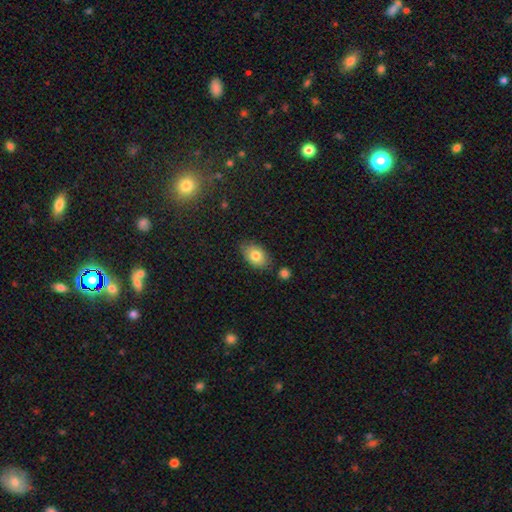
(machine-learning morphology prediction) smooth_or_featured: smooth (p=0.80) [alt: featured or disk p=0.12]
how_rounded: in between (p=0.86) [alt: round p=0.13]
merging: none (p=0.78) [alt: minor disturbance p=0.15]